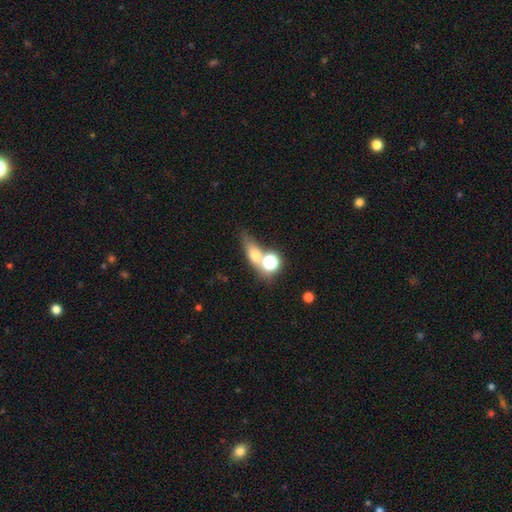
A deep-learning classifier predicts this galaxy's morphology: smooth 61%, star or artifact 20%, featured or disk 19%. Down the decision tree: how rounded — in between (43%); merging — none (44%).